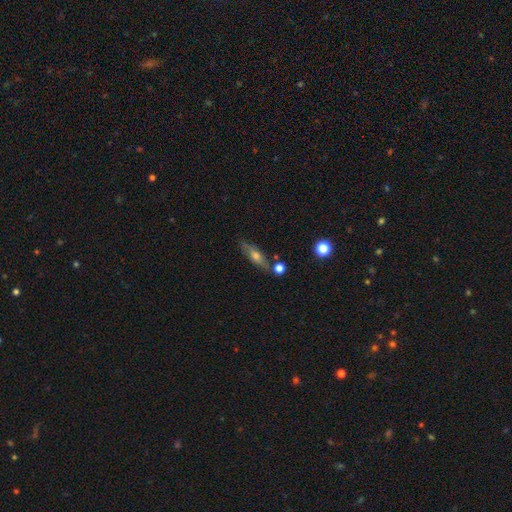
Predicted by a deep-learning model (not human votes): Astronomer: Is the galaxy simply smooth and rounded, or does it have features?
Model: featured or disk — 47% (runner-up: smooth, 44%).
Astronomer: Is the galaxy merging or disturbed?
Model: none — 73%.